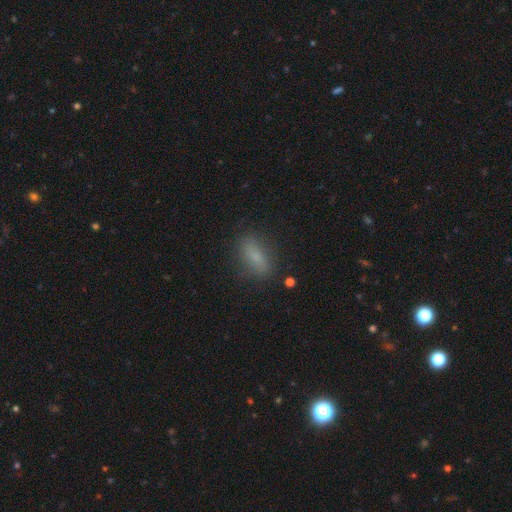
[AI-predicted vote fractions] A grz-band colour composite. It shows a smooth galaxy with no disk features (75%) that is in between round and cigar-shaped (68%). Merging: none (82%).